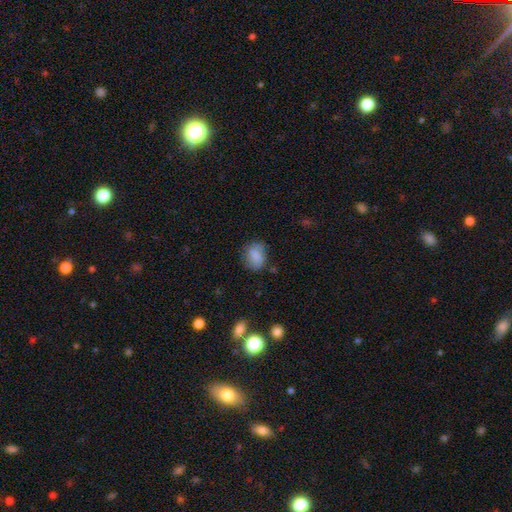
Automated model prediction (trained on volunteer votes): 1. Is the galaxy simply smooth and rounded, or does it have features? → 81% smooth, 11% featured or disk, 8% star or artifact.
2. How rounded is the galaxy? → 59% in between, 40% round, 1% cigar-shaped.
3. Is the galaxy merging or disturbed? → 68% none, 23% minor disturbance, 7% major disturbance, 2% merger.